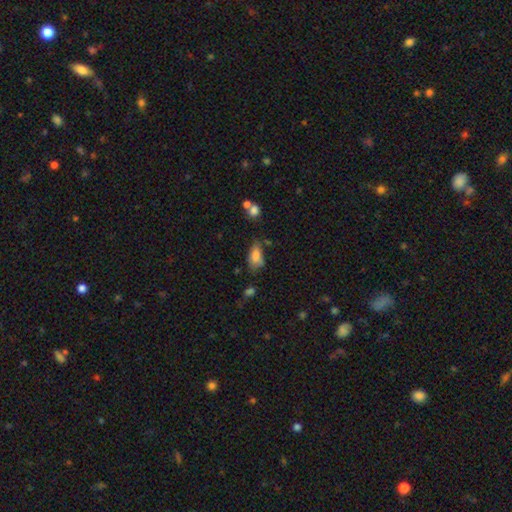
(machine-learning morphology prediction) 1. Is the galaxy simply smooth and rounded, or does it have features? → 78% smooth, 13% featured or disk, 9% star or artifact.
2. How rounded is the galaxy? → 90% in between, 6% round, 4% cigar-shaped.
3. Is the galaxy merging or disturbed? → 44% none, 35% minor disturbance, 13% major disturbance, 8% merger.